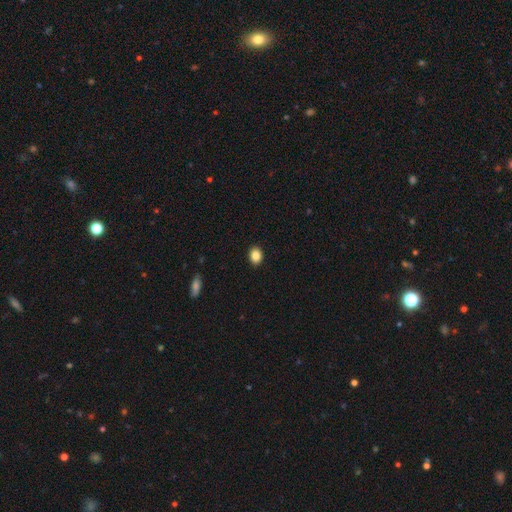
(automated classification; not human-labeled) smooth_or_featured: smooth (p=0.86) [alt: star or artifact p=0.09]
how_rounded: in between (p=0.59) [alt: round p=0.40]
merging: none (p=0.91) [alt: minor disturbance p=0.07]